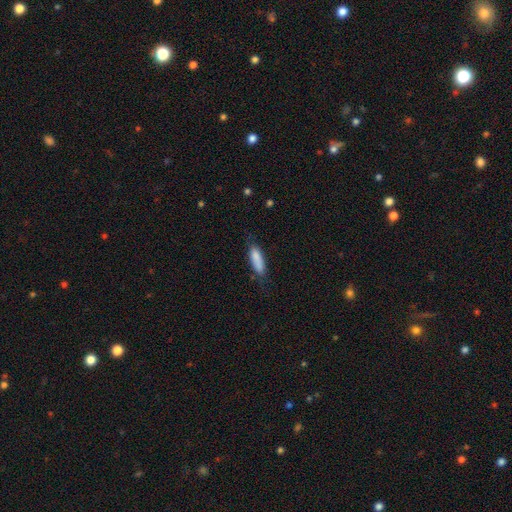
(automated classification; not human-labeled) smooth-or-featured: smooth: 84% | featured or disk: 10% | star or artifact: 7%
  how-rounded: in between: 51% | cigar-shaped: 47% | round: 2%
  merging: none: 67% | minor disturbance: 24% | major disturbance: 7% | merger: 2%